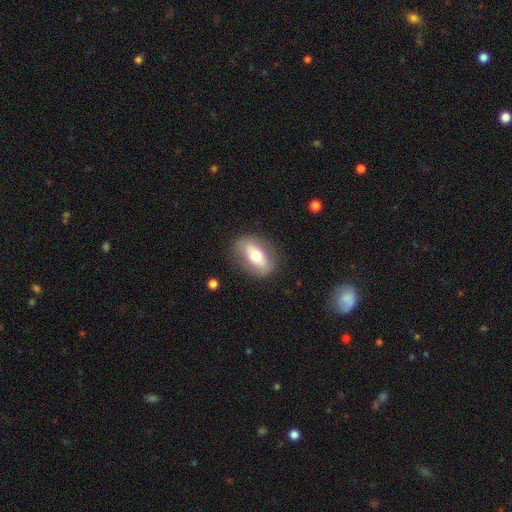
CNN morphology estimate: A smooth galaxy with no disk features (56%) that is in between round and cigar-shaped (84%).

Vote fractions:
- Smooth or featured? smooth: 56% / featured or disk: 37% / star or artifact: 7%
- How rounded? in between: 84% / round: 10% / cigar-shaped: 6%
- Merging? none: 82% / minor disturbance: 12% / major disturbance: 5% / merger: 1%